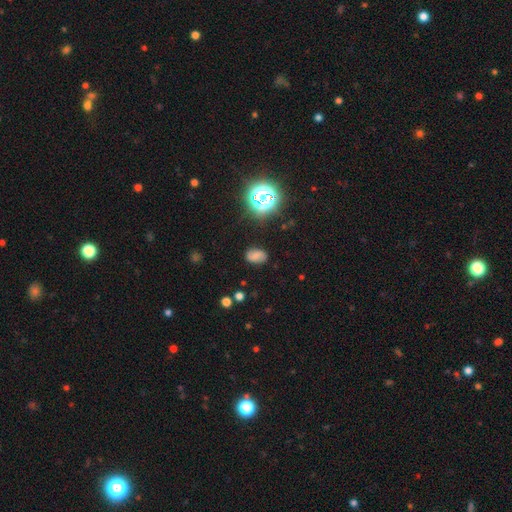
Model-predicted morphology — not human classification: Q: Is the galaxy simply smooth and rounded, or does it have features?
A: smooth — 57%.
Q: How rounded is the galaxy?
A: in between — 83%.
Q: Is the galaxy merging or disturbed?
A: none — 79%.